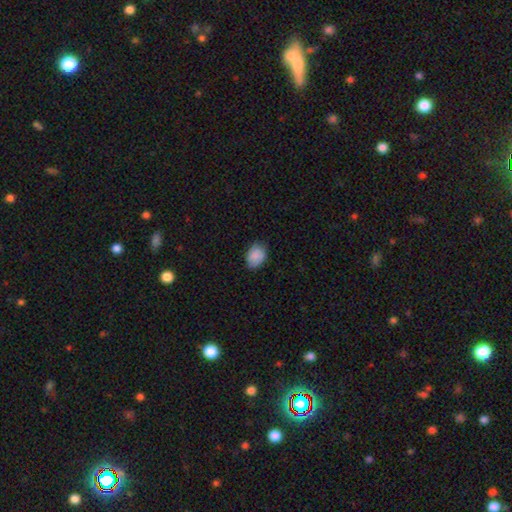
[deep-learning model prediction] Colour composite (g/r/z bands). It shows a smooth galaxy with no disk features (88%) that is in between round and cigar-shaped (71%). Merging: none (76%).